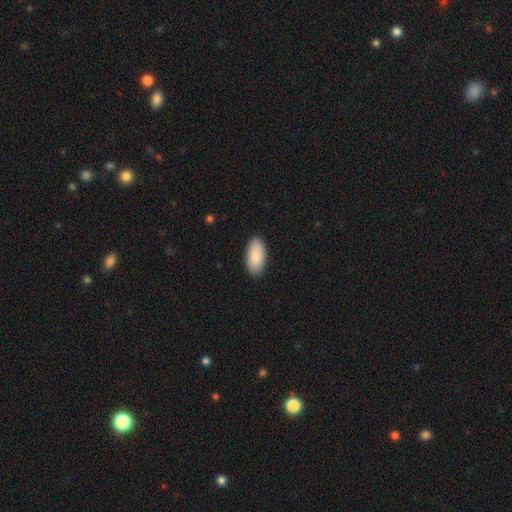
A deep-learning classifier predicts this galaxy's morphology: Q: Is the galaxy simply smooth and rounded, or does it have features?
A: smooth — 89%.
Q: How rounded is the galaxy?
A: in between — 95%.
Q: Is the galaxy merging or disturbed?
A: none — 89%.